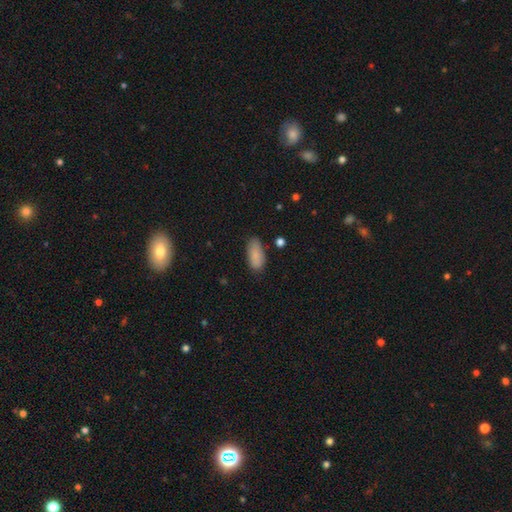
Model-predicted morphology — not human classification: This is clearly a smooth galaxy (86%). How rounded: clearly in between (89%). Merging: likely none (77%).